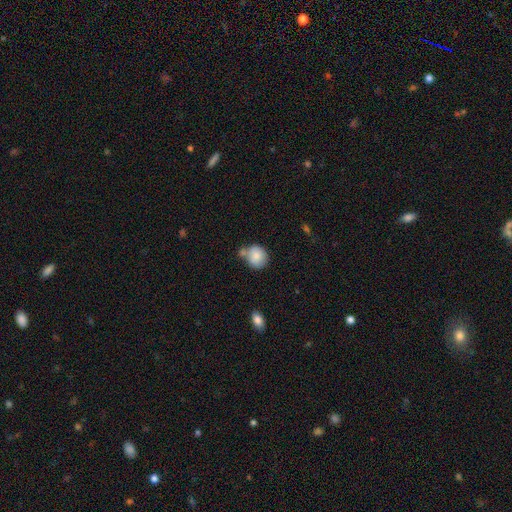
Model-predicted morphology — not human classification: Q: Smooth or featured?
A: smooth (84%); runner-up: featured or disk (9%)
Q: How rounded?
A: round (80%); runner-up: in between (19%)
Q: Merging?
A: none (50%); runner-up: merger (27%)